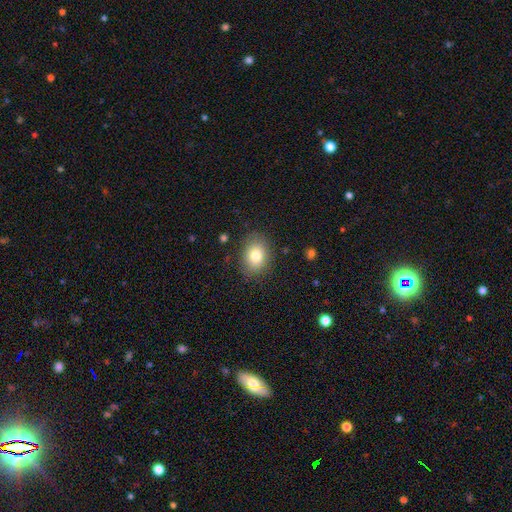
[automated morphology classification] Smooth or featured? smooth (80%)
How rounded? in between (65%)
Merging? none (83%)